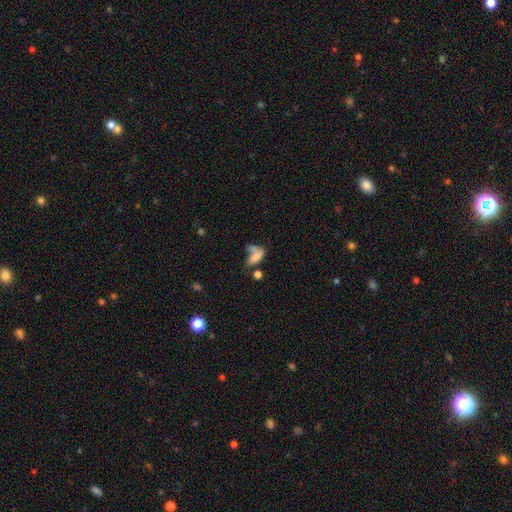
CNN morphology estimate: Smooth or featured?
  - smooth: 64% *
  - featured or disk: 24%
  - star or artifact: 12%
How rounded?
  - in between: 84% *
  - round: 8%
  - cigar-shaped: 7%
Merging?
  - merger: 36% *
  - major disturbance: 25%
  - none: 25%
  - minor disturbance: 15%